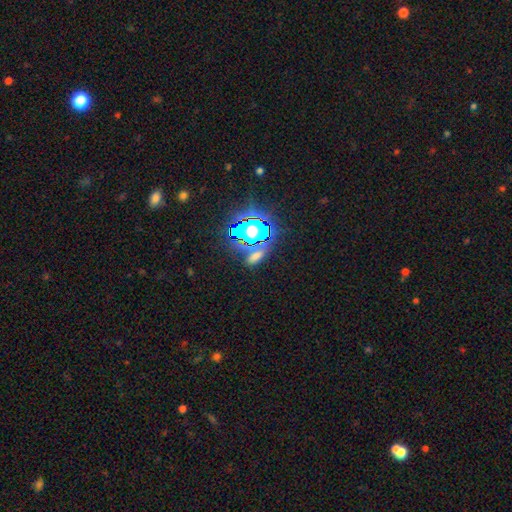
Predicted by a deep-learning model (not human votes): Smooth or featured?
  - smooth: 44% * (tied)
  - star or artifact: 44% * (tied)
  - featured or disk: 13%
Merging?
  - none: 67% *
  - merger: 14%
  - minor disturbance: 13%
  - major disturbance: 6%